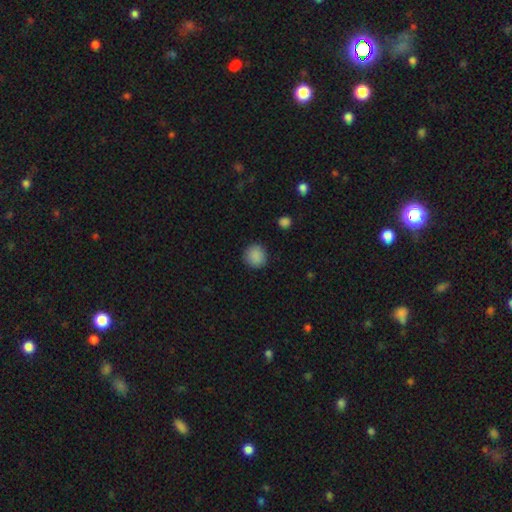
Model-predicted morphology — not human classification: A smooth galaxy with no disk features (88%) that is round (94%). Merging: none (90%).